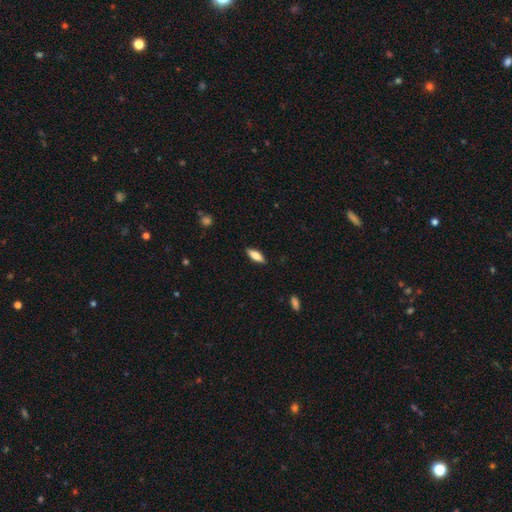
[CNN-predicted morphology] Overall: smooth (75%). How rounded: in between (65%; cigar-shaped 33%). Merging: none (88%).